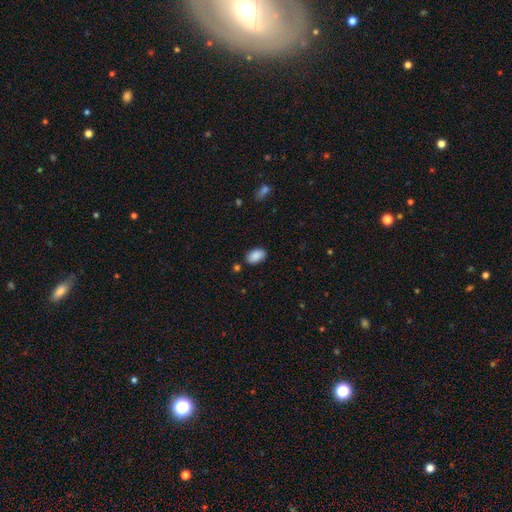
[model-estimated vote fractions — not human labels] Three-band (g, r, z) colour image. It shows a smooth galaxy with no disk features (89%) that is in between round and cigar-shaped (92%). Merging: none (82%).